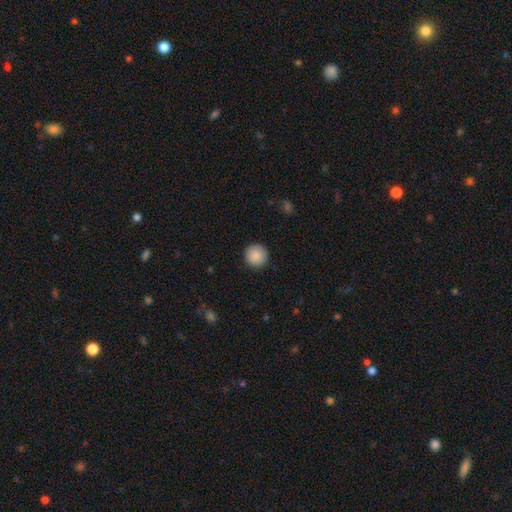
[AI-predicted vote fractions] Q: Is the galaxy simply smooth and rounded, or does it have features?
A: smooth — 88%.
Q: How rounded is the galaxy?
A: round — 96%.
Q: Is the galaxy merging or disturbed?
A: none — 92%.